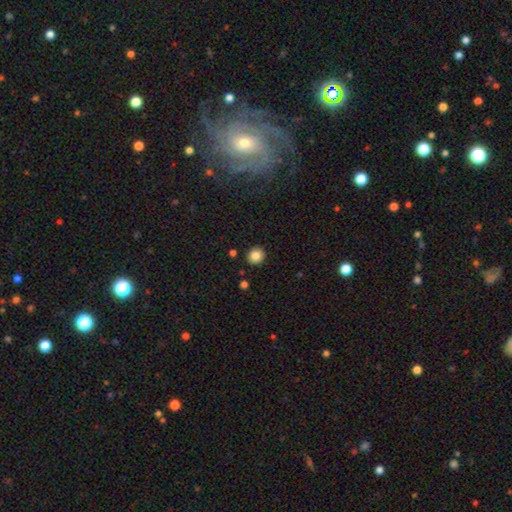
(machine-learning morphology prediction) smooth_or_featured: smooth (p=0.85) [alt: star or artifact p=0.10]
how_rounded: round (p=0.86) [alt: in between p=0.13]
merging: none (p=0.91) [alt: minor disturbance p=0.06]